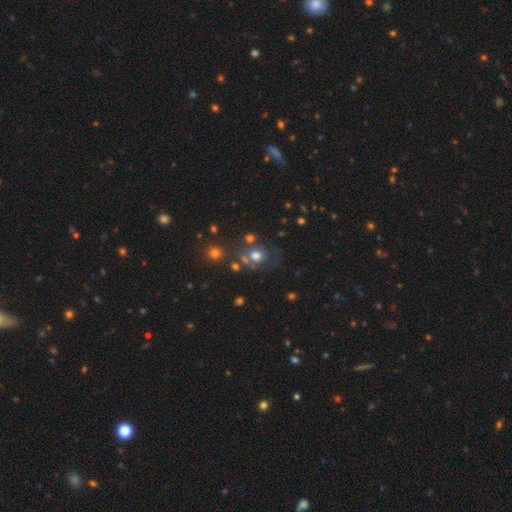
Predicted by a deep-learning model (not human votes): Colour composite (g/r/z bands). It shows a smooth galaxy with no disk features (67%) that is round (74%). Merging: none (58%).